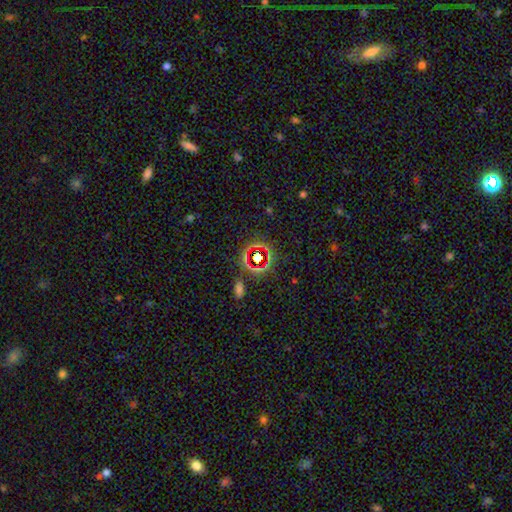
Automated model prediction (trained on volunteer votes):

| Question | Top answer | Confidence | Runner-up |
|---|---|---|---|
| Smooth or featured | star or artifact | 71% | smooth (19%) |